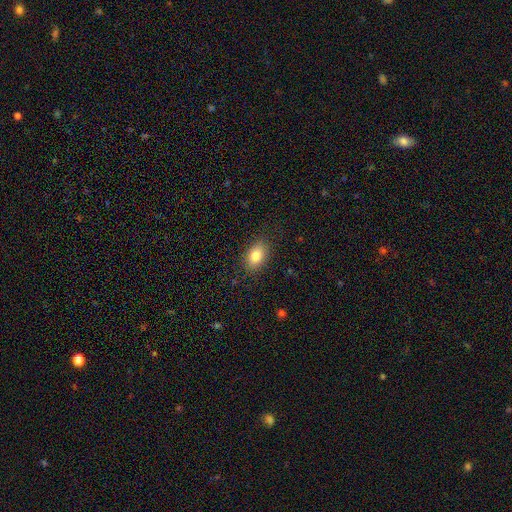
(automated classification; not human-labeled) Morphology: type=smooth (83%); roundness=in between (86%); merging=none (86%).